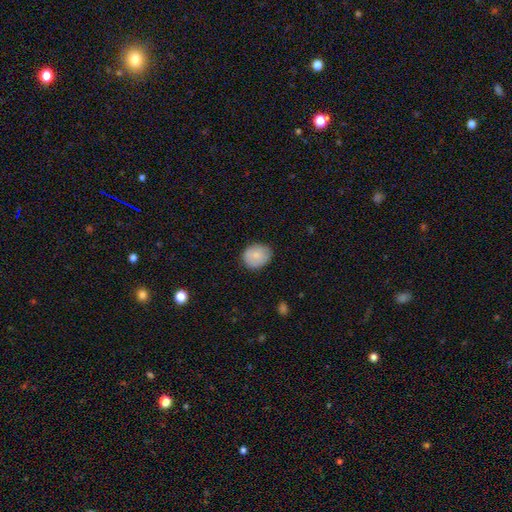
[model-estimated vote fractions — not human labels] This appears to be a smooth galaxy with no disk features (80%) that is round (59%). Merging: none (80%).